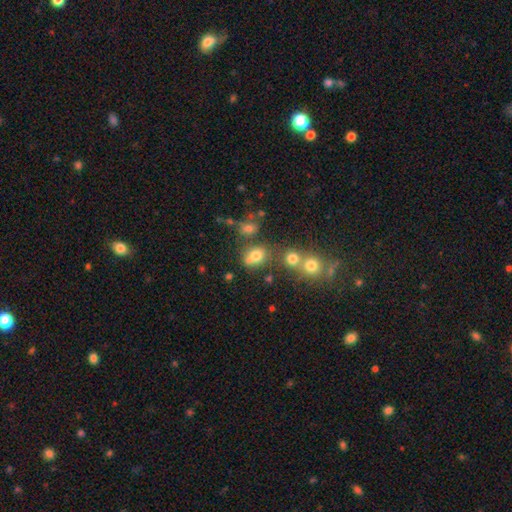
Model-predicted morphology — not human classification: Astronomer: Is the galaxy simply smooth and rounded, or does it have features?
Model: smooth — 70%.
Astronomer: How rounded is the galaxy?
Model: round — 66%.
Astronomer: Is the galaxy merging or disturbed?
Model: none — 54%.